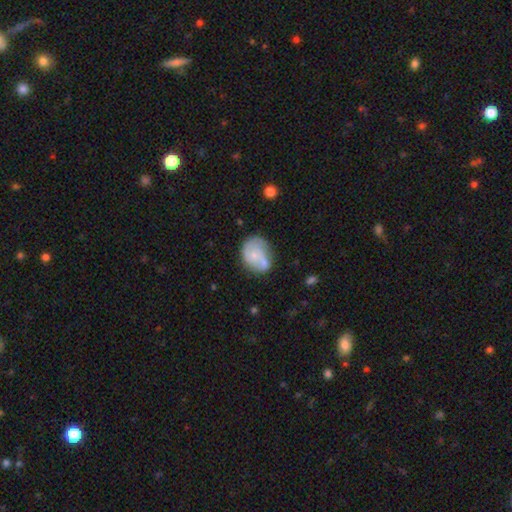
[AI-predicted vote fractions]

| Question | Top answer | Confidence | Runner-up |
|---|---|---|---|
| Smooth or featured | smooth | 48% | featured or disk (45%) |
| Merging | none | 41% | minor disturbance (26%) |